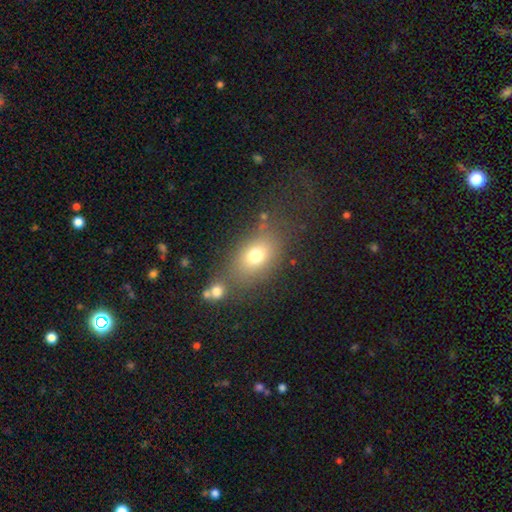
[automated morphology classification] smooth_or_featured: smooth (p=0.73) [alt: star or artifact p=0.14]
how_rounded: in between (p=0.67) [alt: round p=0.31]
merging: none (p=0.61) [alt: merger p=0.18]